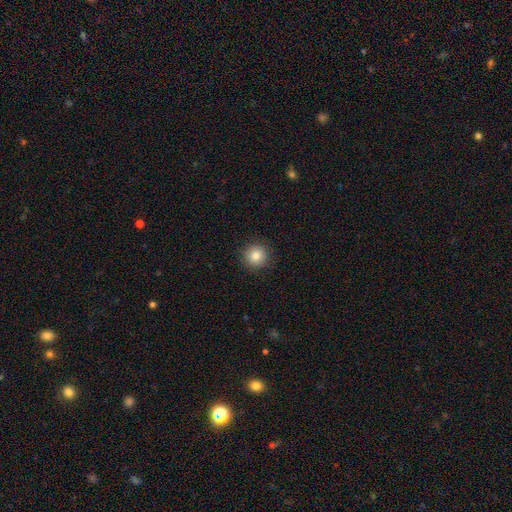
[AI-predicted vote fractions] Smooth or featured? Predicted: smooth (p=0.83). How rounded? Predicted: round (p=0.95). Merging? Predicted: none (p=0.92).